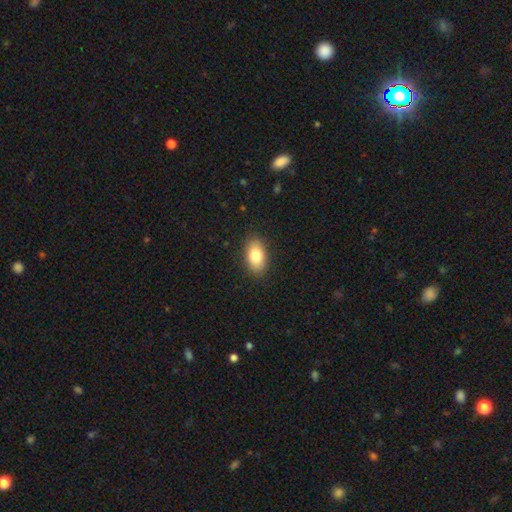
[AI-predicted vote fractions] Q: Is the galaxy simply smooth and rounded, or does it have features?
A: smooth — 83%.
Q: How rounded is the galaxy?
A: in between — 91%.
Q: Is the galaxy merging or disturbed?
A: none — 87%.